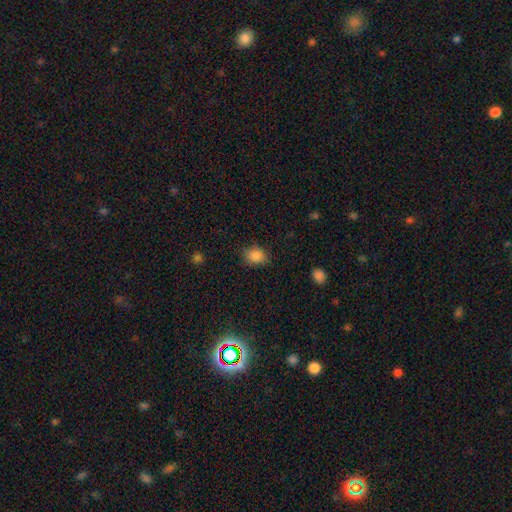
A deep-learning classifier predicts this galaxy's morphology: Overall: smooth (86%). How rounded: round (56%; in between 43%). Merging: none (80%).